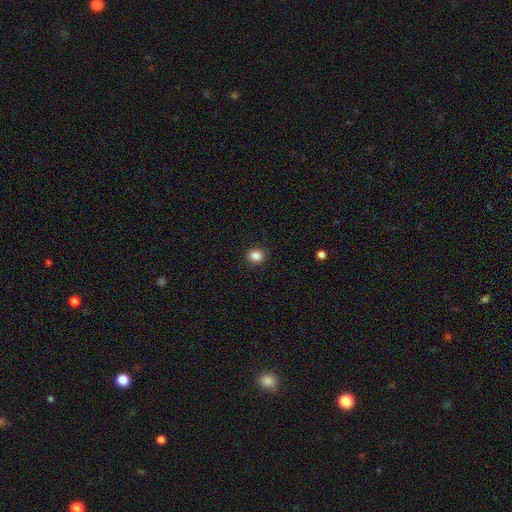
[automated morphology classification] smooth-or-featured: smooth: 86% | star or artifact: 10% | featured or disk: 4%
  how-rounded: round: 73% | in between: 26% | cigar-shaped: 1%
  merging: none: 89% | minor disturbance: 8% | major disturbance: 2% | merger: 1%